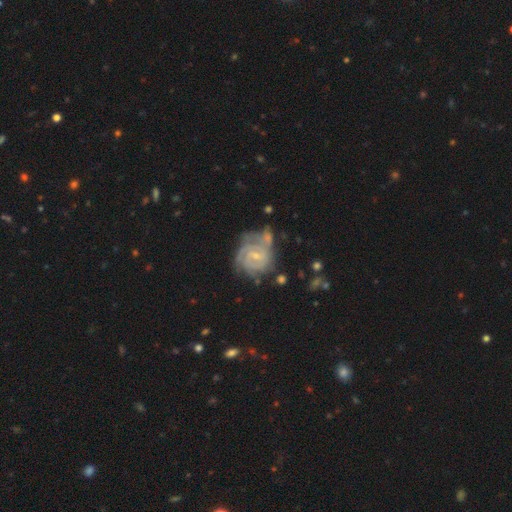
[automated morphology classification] smooth_or_featured: featured or disk (p=0.84) [alt: smooth p=0.10]
disk_edge_on: no (p=0.98) [alt: yes p=0.02]
bar: weak (p=0.50) [alt: no p=0.39]
has_spiral_arms: yes (p=0.95) [alt: no p=0.05]
spiral_winding: tight (p=0.68) [alt: medium p=0.26]
spiral_arm_count: can't tell (p=0.29) [alt: 2 p=0.27]
bulge_size: small (p=0.67) [alt: moderate p=0.27]
merging: none (p=0.46) [alt: minor disturbance p=0.23]